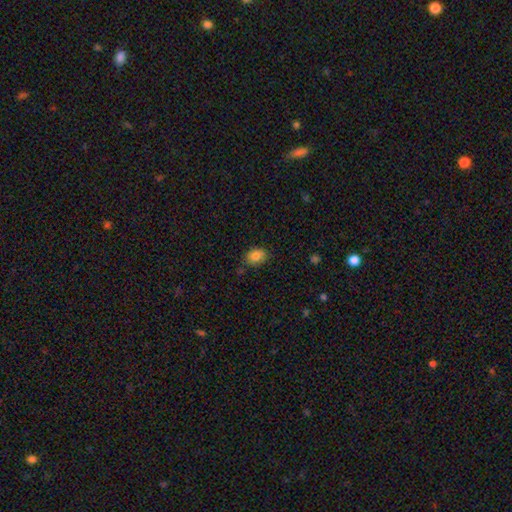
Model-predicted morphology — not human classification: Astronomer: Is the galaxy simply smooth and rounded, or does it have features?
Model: smooth — 83%.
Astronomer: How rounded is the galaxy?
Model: in between — 70%.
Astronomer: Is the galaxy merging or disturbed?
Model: none — 79%.